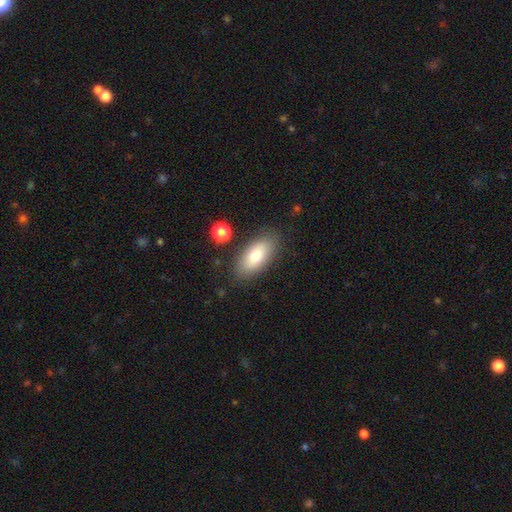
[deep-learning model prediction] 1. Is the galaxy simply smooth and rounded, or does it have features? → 76% smooth, 17% featured or disk, 7% star or artifact.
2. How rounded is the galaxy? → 85% in between, 12% cigar-shaped, 3% round.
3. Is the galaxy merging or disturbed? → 83% none, 11% minor disturbance, 3% major disturbance, 3% merger.